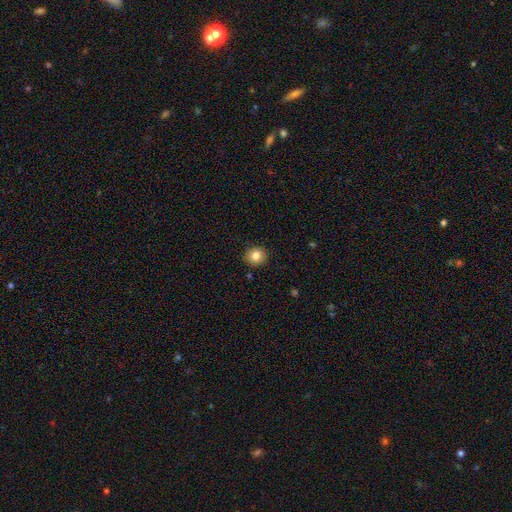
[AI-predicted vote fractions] This is clearly a smooth galaxy (83%). How rounded: clearly round (89%). Merging: clearly none (92%).